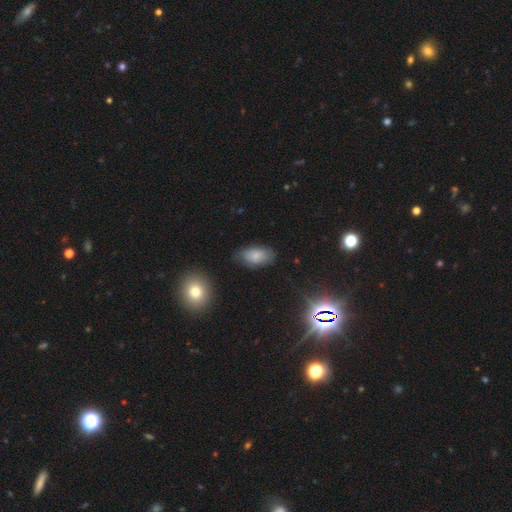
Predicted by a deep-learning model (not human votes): Smooth or featured?
  - smooth: 76% *
  - featured or disk: 14%
  - star or artifact: 10%
How rounded?
  - in between: 93% *
  - round: 5%
  - cigar-shaped: 2%
Merging?
  - none: 70% *
  - minor disturbance: 23%
  - major disturbance: 5%
  - merger: 2%